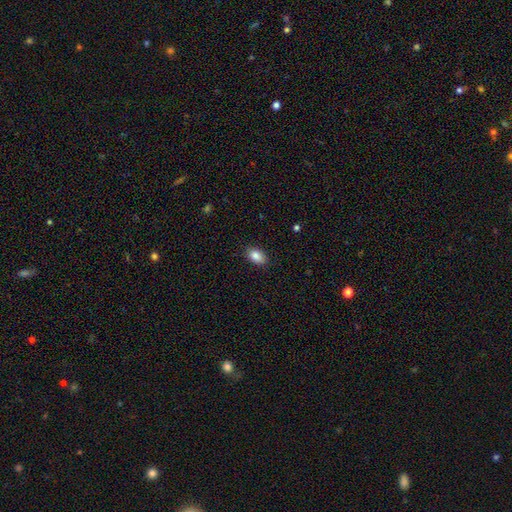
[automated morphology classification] Smooth or featured? smooth (86%)
How rounded? in between (88%)
Merging? none (87%)